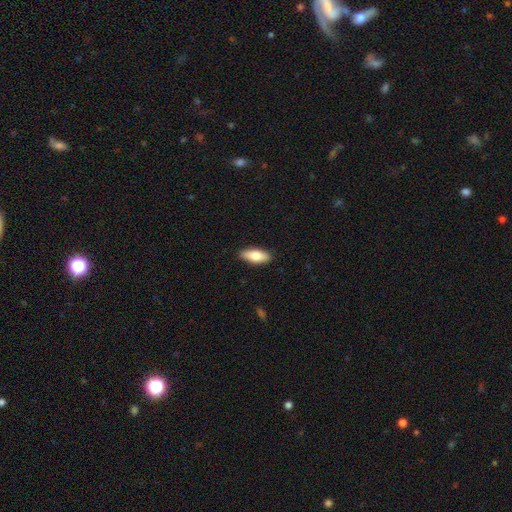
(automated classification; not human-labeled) smooth_or_featured: smooth (p=0.76) [alt: featured or disk p=0.19]
how_rounded: in between (p=0.76) [alt: cigar-shaped p=0.22]
merging: none (p=0.90) [alt: minor disturbance p=0.08]